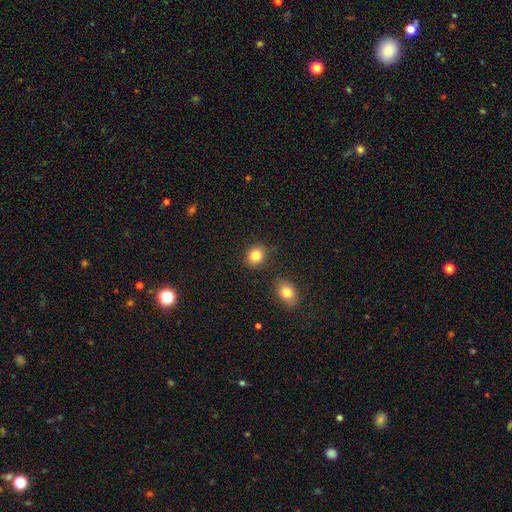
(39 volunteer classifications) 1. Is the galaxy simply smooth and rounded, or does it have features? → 90% smooth, 8% featured or disk, 3% star or artifact.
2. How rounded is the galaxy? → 60% round, 40% in between, 0% cigar-shaped.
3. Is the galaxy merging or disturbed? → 89% none, 8% minor disturbance, 3% merger, 0% major disturbance.